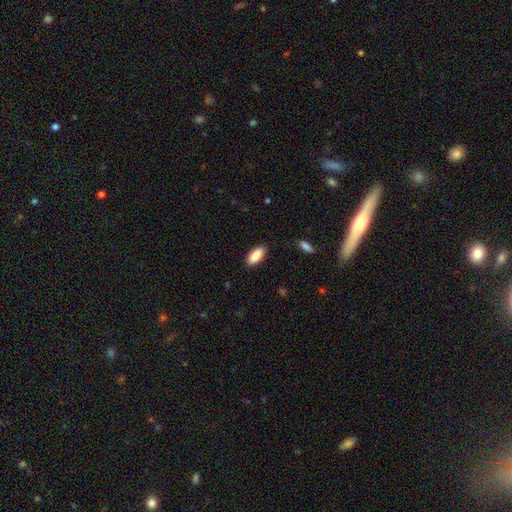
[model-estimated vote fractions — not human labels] Smooth or featured?
  - smooth: 89% *
  - star or artifact: 6%
  - featured or disk: 5%
How rounded?
  - in between: 87% *
  - cigar-shaped: 11%
  - round: 2%
Merging?
  - none: 88% *
  - minor disturbance: 9%
  - major disturbance: 2%
  - merger: 1%